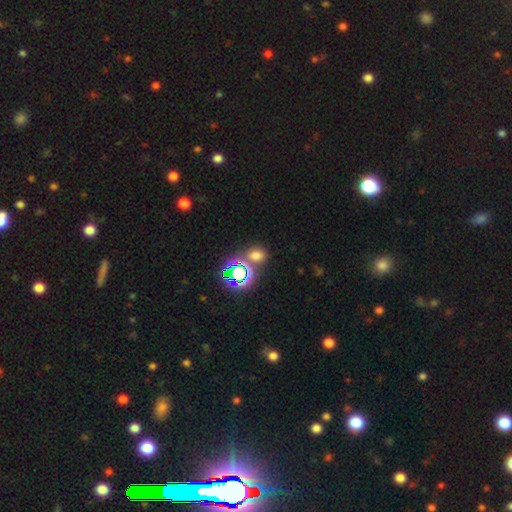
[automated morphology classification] smooth-or-featured: smooth: 59% | star or artifact: 33% | featured or disk: 8%
  how-rounded: in between: 54% | round: 44% | cigar-shaped: 2%
  merging: none: 68% | merger: 17% | minor disturbance: 11% | major disturbance: 4%